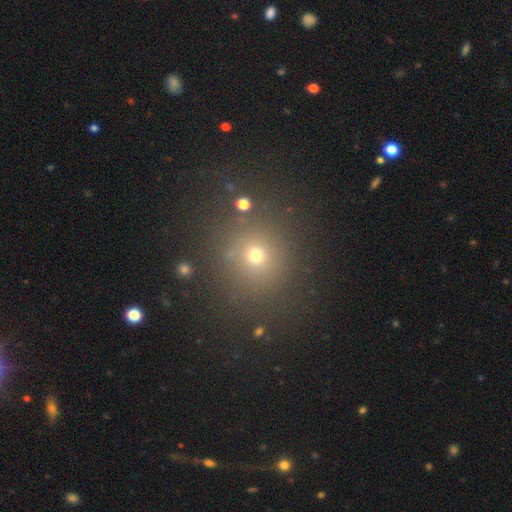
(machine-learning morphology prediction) The model was most divided on "smooth or featured": smooth: 68%, star or artifact: 23%, featured or disk: 9%. More confident: how rounded — round (85%); merging — none (82%).